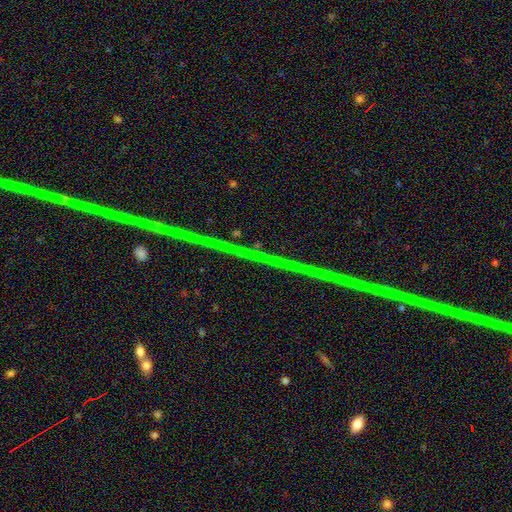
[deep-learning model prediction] smooth_or_featured: star or artifact (p=0.77) [alt: featured or disk p=0.15]